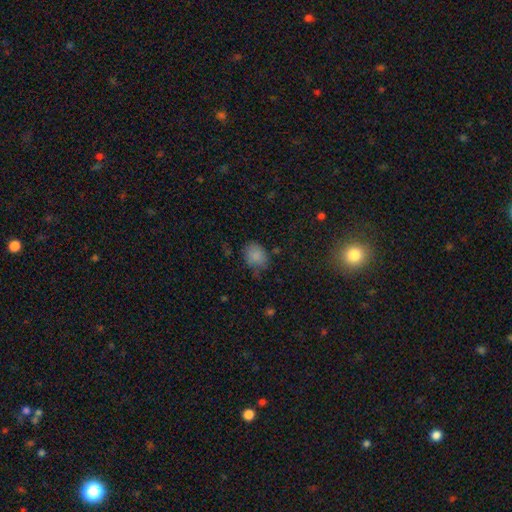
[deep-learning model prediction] smooth_or_featured: smooth (p=0.84) [alt: star or artifact p=0.10]
how_rounded: in between (p=0.54) [alt: round p=0.45]
merging: none (p=0.64) [alt: minor disturbance p=0.27]